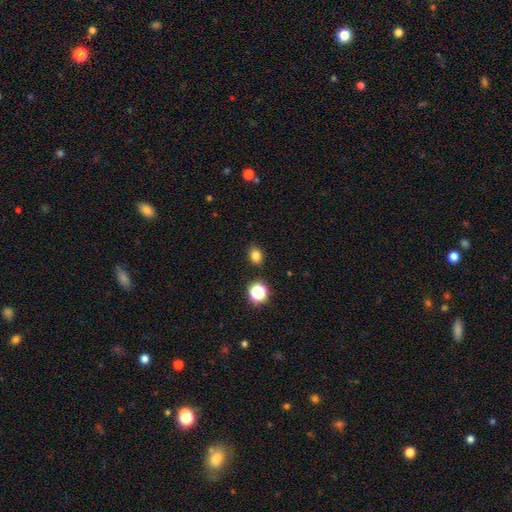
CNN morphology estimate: Q: Smooth or featured?
A: smooth (81%); runner-up: star or artifact (14%)
Q: How rounded?
A: in between (56%); runner-up: round (43%)
Q: Merging?
A: none (87%); runner-up: minor disturbance (8%)